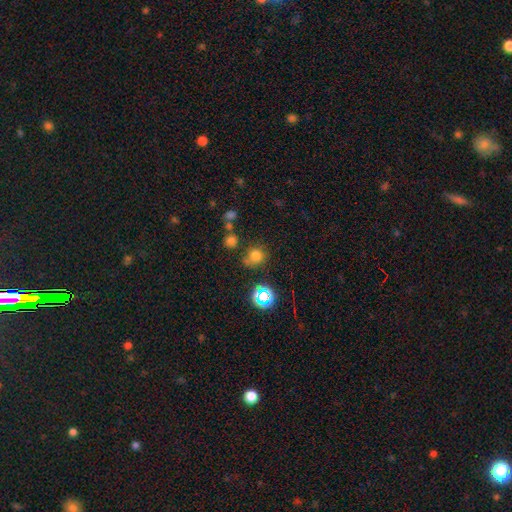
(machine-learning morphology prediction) smooth-or-featured: smooth: 71% | star or artifact: 22% | featured or disk: 7%
  how-rounded: round: 87% | in between: 12% | cigar-shaped: 1%
  merging: none: 69% | minor disturbance: 14% | merger: 12% | major disturbance: 6%